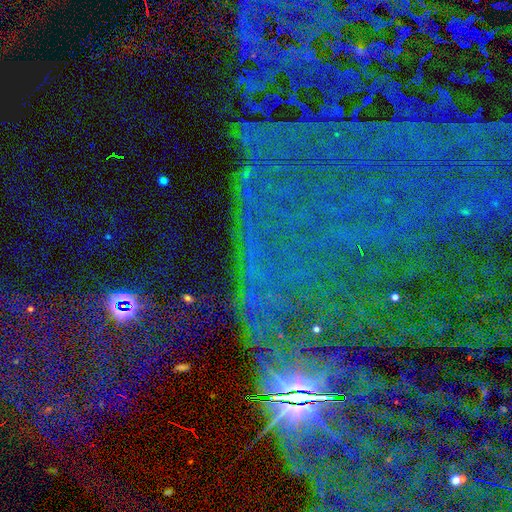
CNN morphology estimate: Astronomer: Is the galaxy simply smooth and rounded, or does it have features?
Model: star or artifact — 87%.